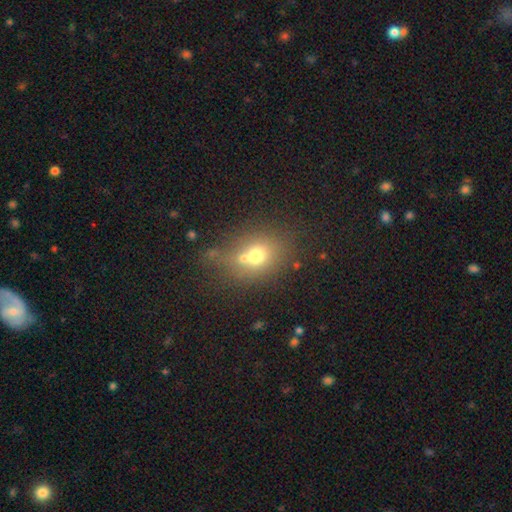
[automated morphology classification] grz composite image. It shows a smooth galaxy with no disk features (66%) that is round (56%). Merging: none (46%).